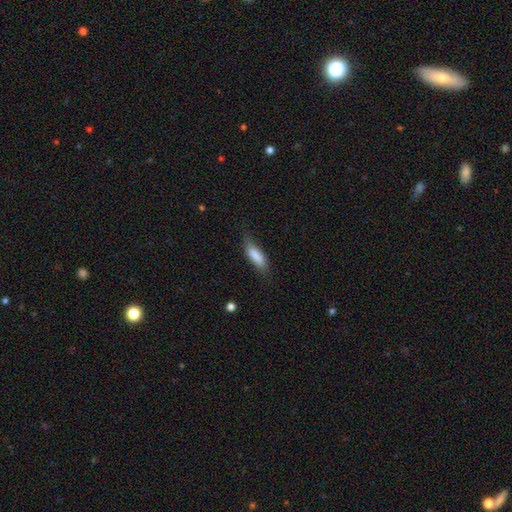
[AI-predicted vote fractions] Smooth or featured? smooth (82%)
How rounded? in between (52%)
Merging? none (68%)